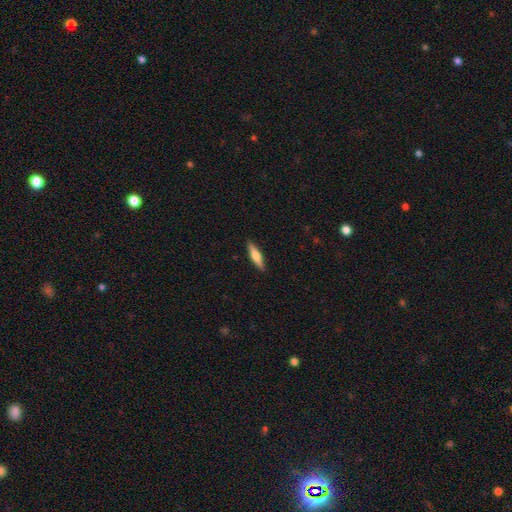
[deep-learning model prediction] Q: Smooth or featured?
A: smooth (55%); runner-up: featured or disk (39%)
Q: How rounded?
A: cigar-shaped (75%); runner-up: in between (23%)
Q: Merging?
A: none (90%); runner-up: minor disturbance (7%)